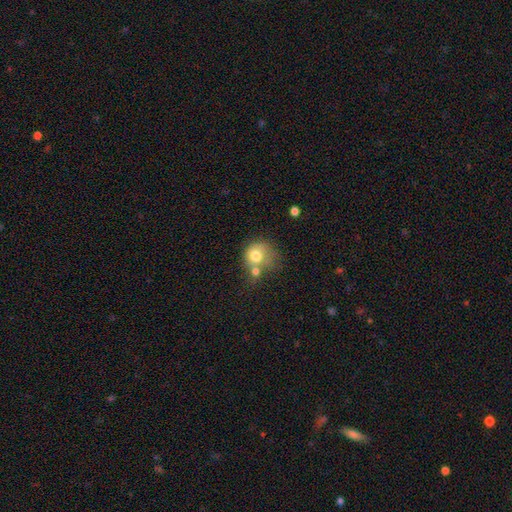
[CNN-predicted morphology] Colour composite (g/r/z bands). It shows a smooth galaxy with no disk features (73%) that is round (73%). Merging: merger (46%).